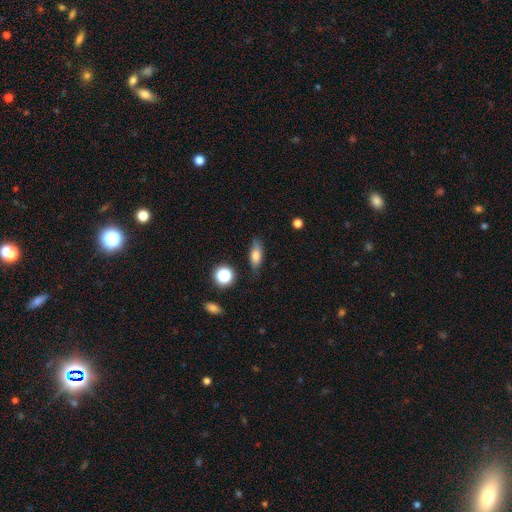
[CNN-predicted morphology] Smooth or featured? smooth (74%)
How rounded? in between (67%)
Merging? none (79%)